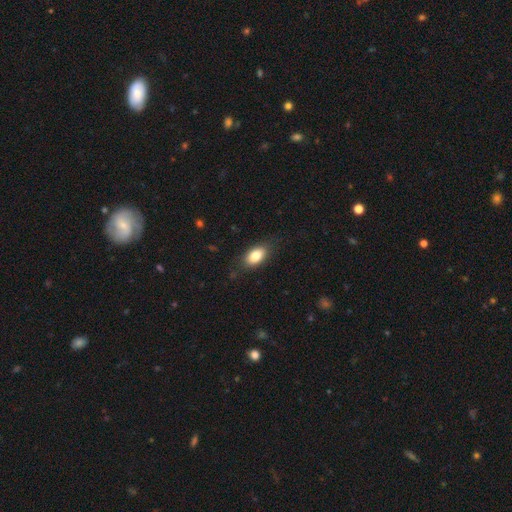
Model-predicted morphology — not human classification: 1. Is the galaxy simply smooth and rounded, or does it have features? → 84% smooth, 9% featured or disk, 7% star or artifact.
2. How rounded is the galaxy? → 91% in between, 6% round, 4% cigar-shaped.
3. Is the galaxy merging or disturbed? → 81% none, 14% minor disturbance, 4% major disturbance, 1% merger.